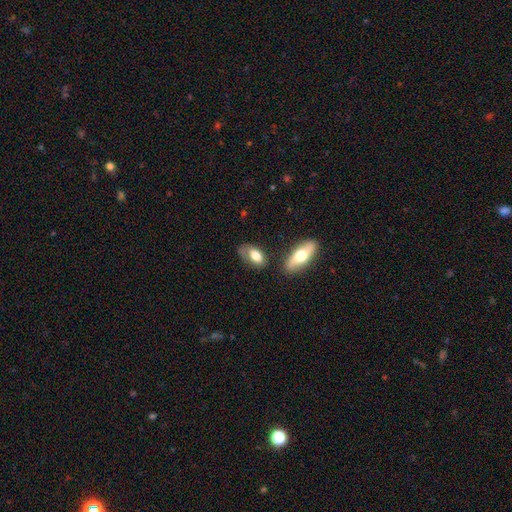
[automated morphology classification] A smooth galaxy with no disk features (75%) that is in between round and cigar-shaped (91%). Merging: none (59%).